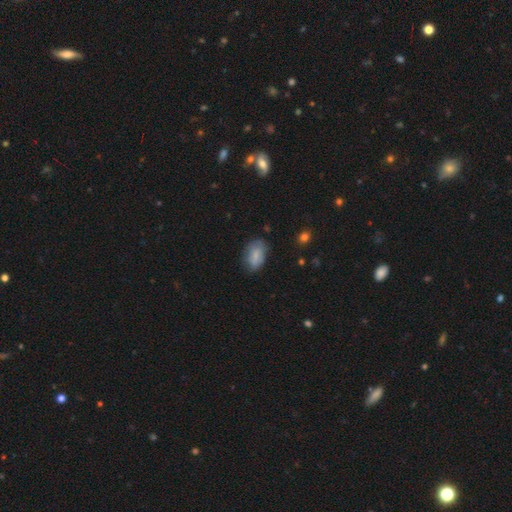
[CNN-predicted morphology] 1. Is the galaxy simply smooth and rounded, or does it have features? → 75% smooth, 18% featured or disk, 7% star or artifact.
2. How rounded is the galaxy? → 90% in between, 8% round, 2% cigar-shaped.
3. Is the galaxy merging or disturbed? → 66% none, 26% minor disturbance, 7% major disturbance, 2% merger.